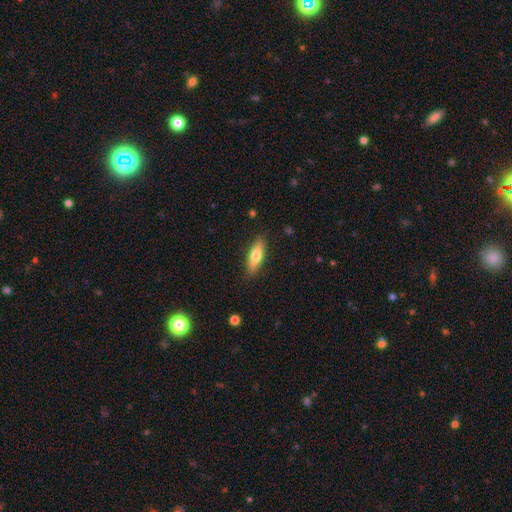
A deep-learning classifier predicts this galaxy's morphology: Smooth or featured?
  - smooth: 62% *
  - featured or disk: 32%
  - star or artifact: 6%
How rounded?
  - cigar-shaped: 53% *
  - in between: 44%
  - round: 2%
Merging?
  - none: 87% *
  - minor disturbance: 9%
  - major disturbance: 2%
  - merger: 1%